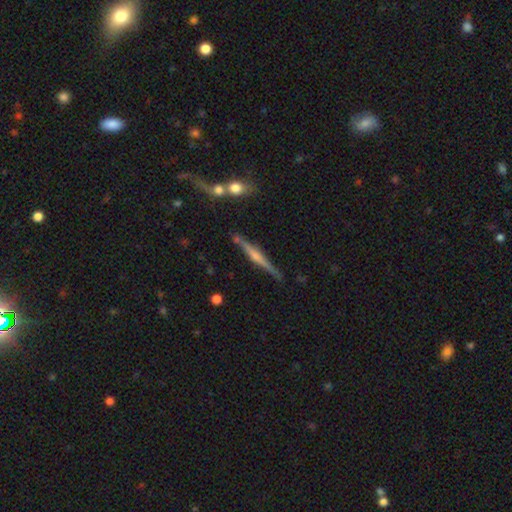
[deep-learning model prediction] Smooth or featured? featured or disk (73%)
Edge-on disk? yes (98%)
Edge-on bulge? rounded (73%)
Merging? none (84%)